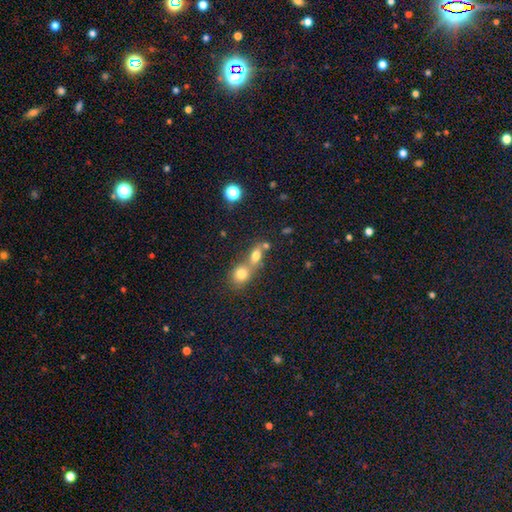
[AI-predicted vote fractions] A smooth galaxy with no disk features (73%) that is in between round and cigar-shaped (55%).

Vote fractions:
- Smooth or featured? smooth: 73% / star or artifact: 14% / featured or disk: 13%
- How rounded? in between: 55% / round: 39% / cigar-shaped: 6%
- Merging? merger: 62% / none: 28% / minor disturbance: 7% / major disturbance: 4%